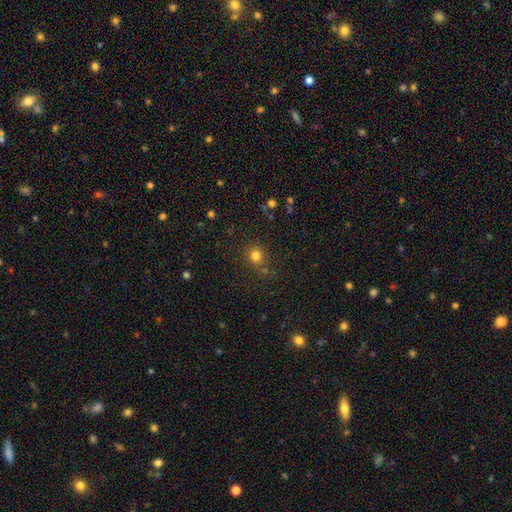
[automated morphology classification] Overall: smooth (78%). How rounded: round (88%). Merging: none (79%).